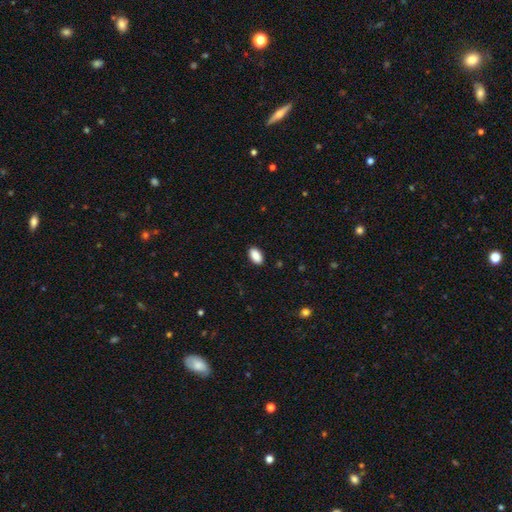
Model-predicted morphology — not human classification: smooth_or_featured: smooth (p=0.90) [alt: star or artifact p=0.07]
how_rounded: in between (p=0.94) [alt: round p=0.04]
merging: none (p=0.89) [alt: minor disturbance p=0.08]